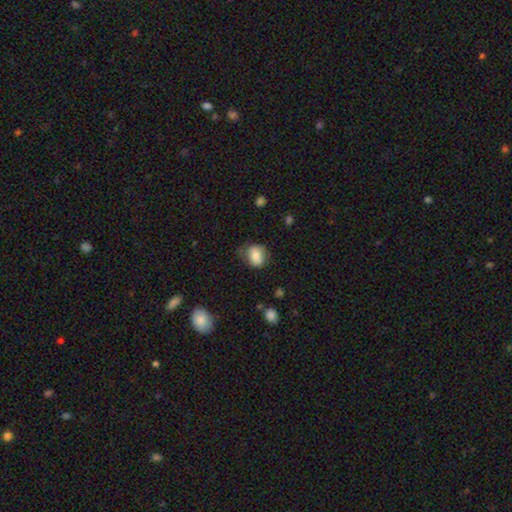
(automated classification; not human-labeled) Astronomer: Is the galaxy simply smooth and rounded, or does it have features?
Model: smooth — 73%.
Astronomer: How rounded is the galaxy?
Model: round — 53% (runner-up: in between, 46%).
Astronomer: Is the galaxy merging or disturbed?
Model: none — 59%.